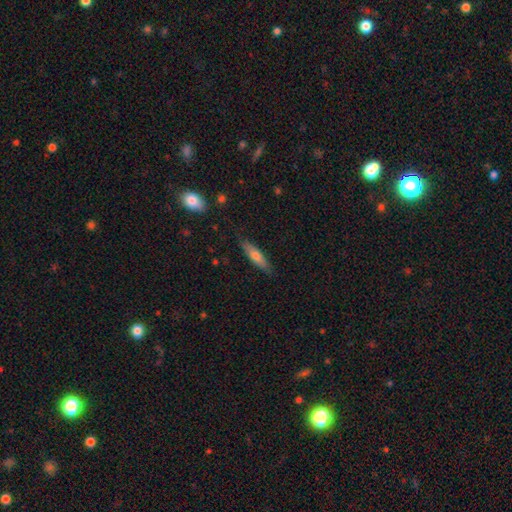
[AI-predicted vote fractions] smooth 60%, featured or disk 34%, star or artifact 7%. Down the decision tree: how rounded — cigar-shaped (77%); merging — none (85%).